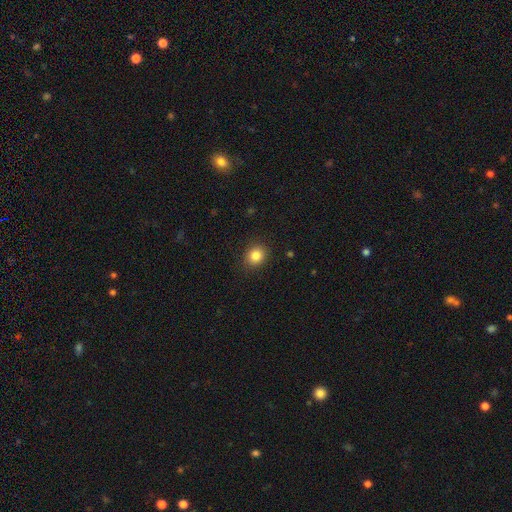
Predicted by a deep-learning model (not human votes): Smooth or featured: smooth — 85% (star or artifact — 10%)
How rounded: round — 72% (in between — 27%)
Merging: none — 89% (minor disturbance — 7%)